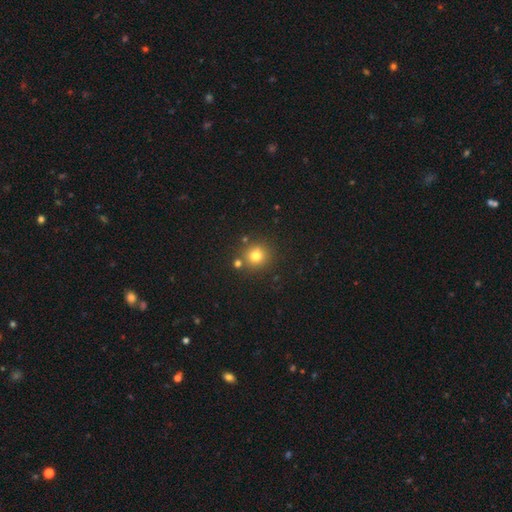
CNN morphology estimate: Smooth or featured? Predicted: smooth (p=0.77). How rounded? Predicted: round (p=0.91). Merging? Predicted: none (p=0.80).